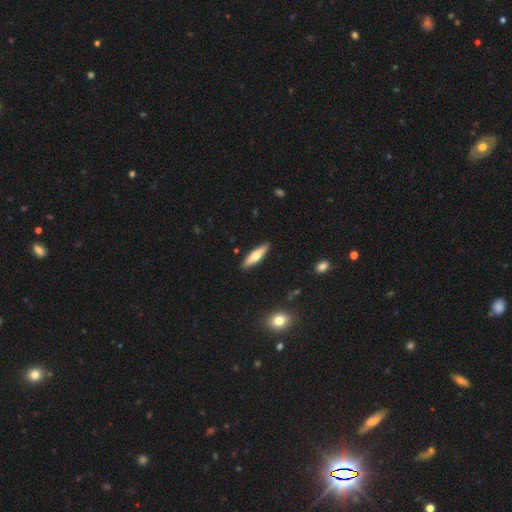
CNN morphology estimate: Smooth or featured? Predicted: smooth (p=0.58). How rounded? Predicted: cigar-shaped (p=0.74). Merging? Predicted: none (p=0.90).